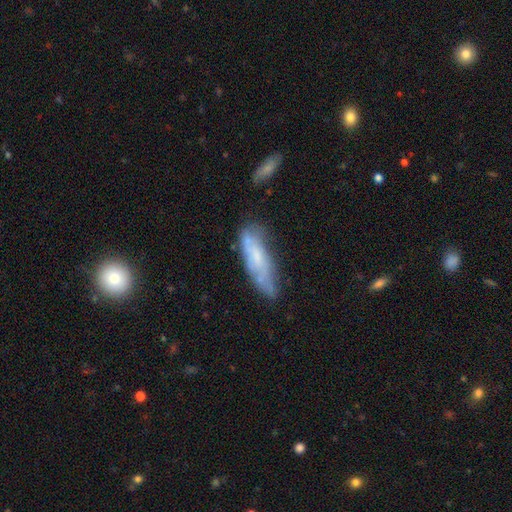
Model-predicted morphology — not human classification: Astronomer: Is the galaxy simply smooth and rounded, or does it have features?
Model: smooth — 49% (runner-up: featured or disk, 43%).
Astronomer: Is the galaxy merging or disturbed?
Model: none — 54% (runner-up: minor disturbance, 30%).